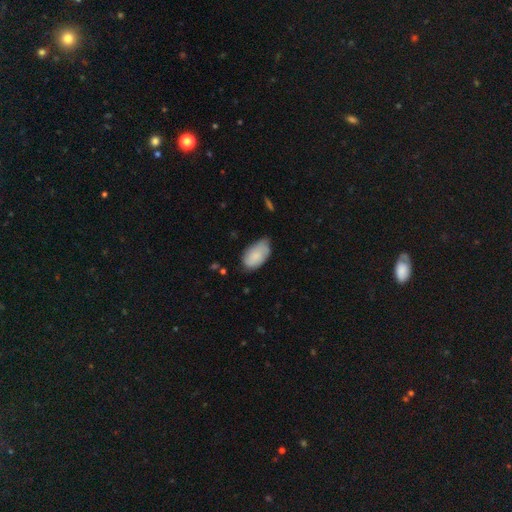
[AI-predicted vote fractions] Smooth or featured?
  - smooth: 78% *
  - featured or disk: 16%
  - star or artifact: 6%
How rounded?
  - in between: 94% *
  - round: 4%
  - cigar-shaped: 2%
Merging?
  - none: 57% *
  - minor disturbance: 34%
  - major disturbance: 7%
  - merger: 2%